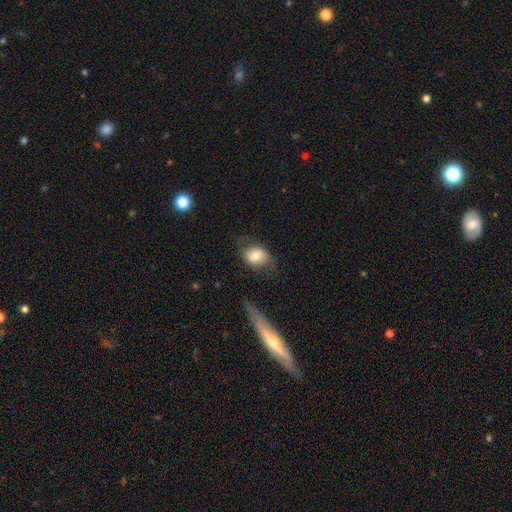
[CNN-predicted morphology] A smooth galaxy with no disk features (69%) that is in between round and cigar-shaped (56%). Merging: none (61%).